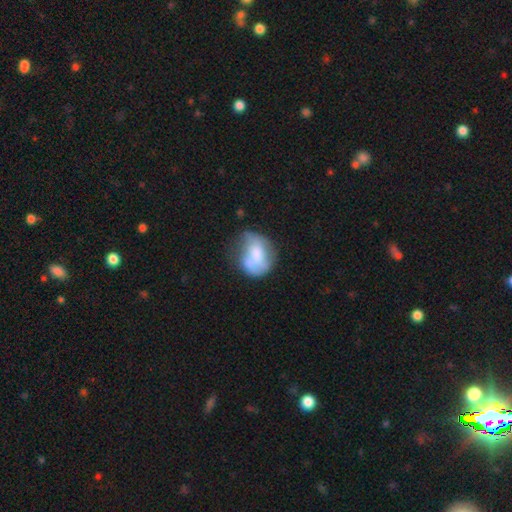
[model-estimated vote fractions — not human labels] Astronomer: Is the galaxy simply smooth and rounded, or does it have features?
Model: smooth — 56% (runner-up: featured or disk, 36%).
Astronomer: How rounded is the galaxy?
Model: in between — 50% (runner-up: round, 49%).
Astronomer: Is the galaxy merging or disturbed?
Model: none — 34% (runner-up: minor disturbance, 32%).